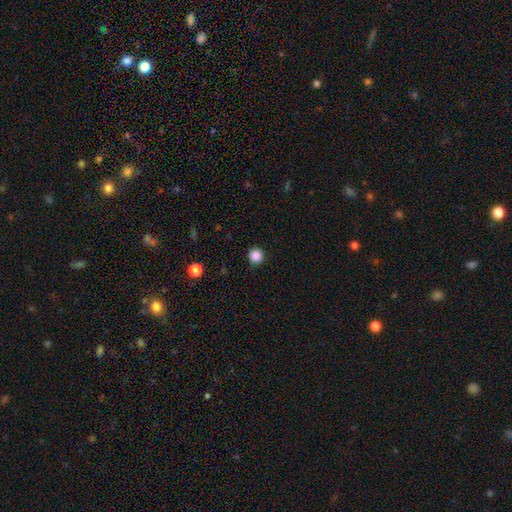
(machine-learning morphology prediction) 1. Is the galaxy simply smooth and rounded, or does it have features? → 86% smooth, 11% star or artifact, 3% featured or disk.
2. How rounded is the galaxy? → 95% round, 4% in between, 1% cigar-shaped.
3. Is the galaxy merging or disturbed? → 91% none, 6% minor disturbance, 2% major disturbance, 1% merger.